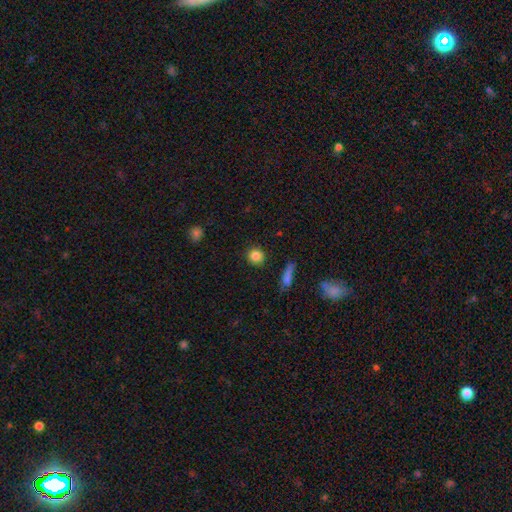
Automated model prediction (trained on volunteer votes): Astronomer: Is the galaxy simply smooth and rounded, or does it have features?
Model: smooth — 85%.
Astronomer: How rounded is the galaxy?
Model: round — 91%.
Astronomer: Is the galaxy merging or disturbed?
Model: none — 89%.